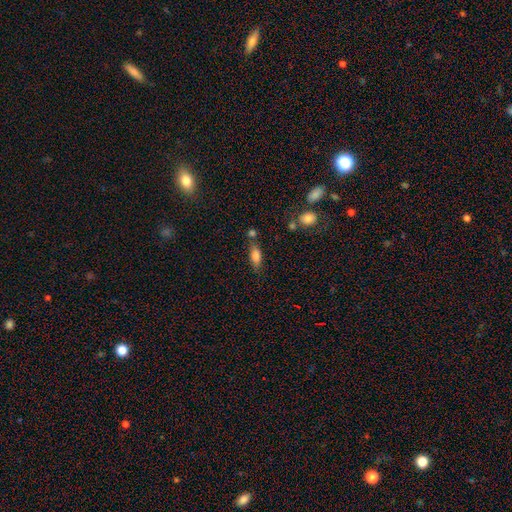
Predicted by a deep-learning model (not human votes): smooth_or_featured: smooth (p=0.82) [alt: featured or disk p=0.09]
how_rounded: in between (p=0.78) [alt: cigar-shaped p=0.19]
merging: none (p=0.63) [alt: minor disturbance p=0.19]